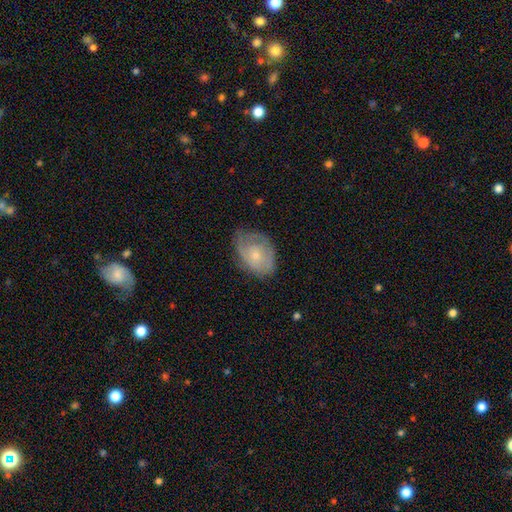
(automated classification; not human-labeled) Smooth or featured: featured or disk — 55% (smooth — 38%)
Edge-on disk: no — 96% (yes — 4%)
Bar: no — 81% (weak — 16%)
Spiral arms: yes — 71% (no — 29%)
Bulge size: small — 56% (moderate — 38%)
Merging: none — 59% (minor disturbance — 29%)